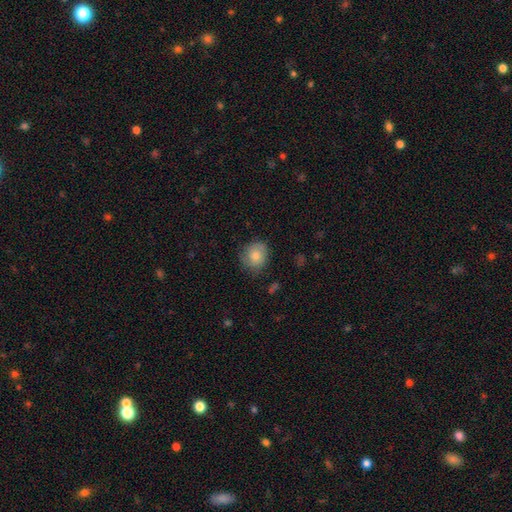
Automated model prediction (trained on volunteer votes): Smooth or featured? smooth (77%)
How rounded? round (74%)
Merging? none (72%)